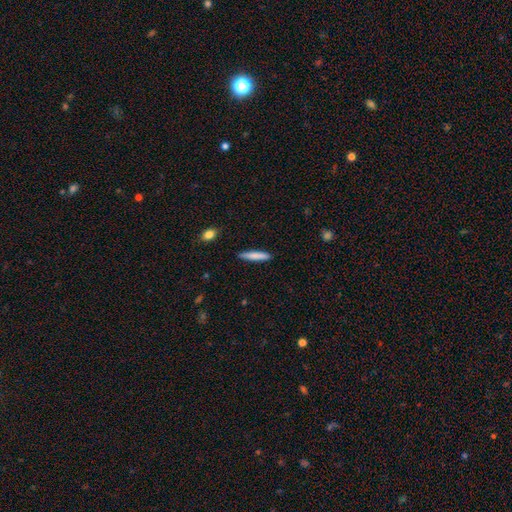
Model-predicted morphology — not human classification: This is likely a smooth galaxy (79%). How rounded: clearly cigar-shaped (93%). Merging: clearly none (90%).